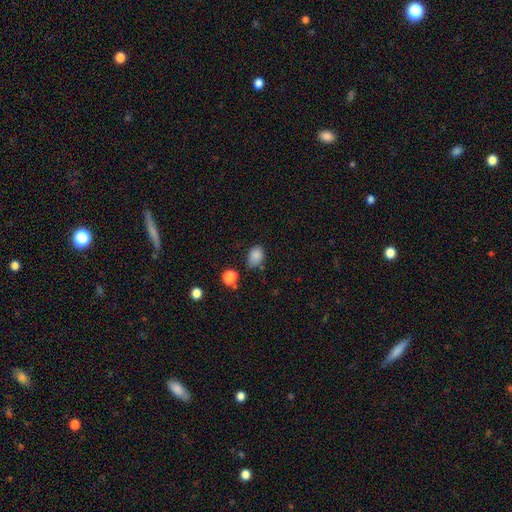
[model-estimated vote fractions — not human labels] Q: Smooth or featured?
A: smooth (83%); runner-up: star or artifact (11%)
Q: How rounded?
A: in between (74%); runner-up: round (25%)
Q: Merging?
A: none (56%); runner-up: minor disturbance (31%)